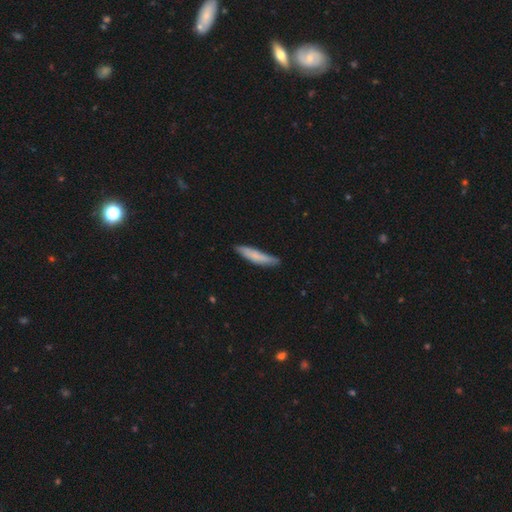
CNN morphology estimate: Overall: smooth (74%). How rounded: cigar-shaped (85%). Merging: none (76%).